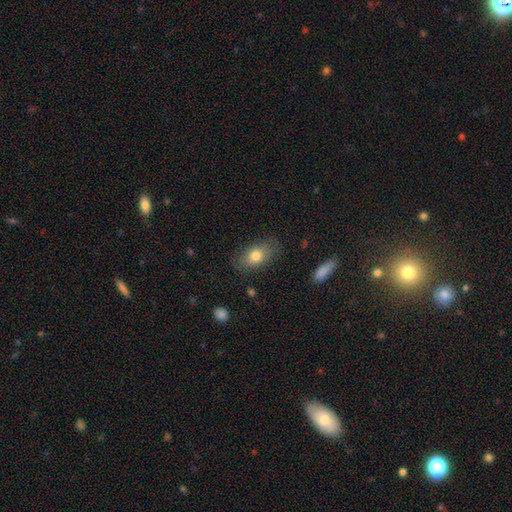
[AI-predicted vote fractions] Smooth or featured? smooth (78%)
How rounded? in between (86%)
Merging? none (77%)